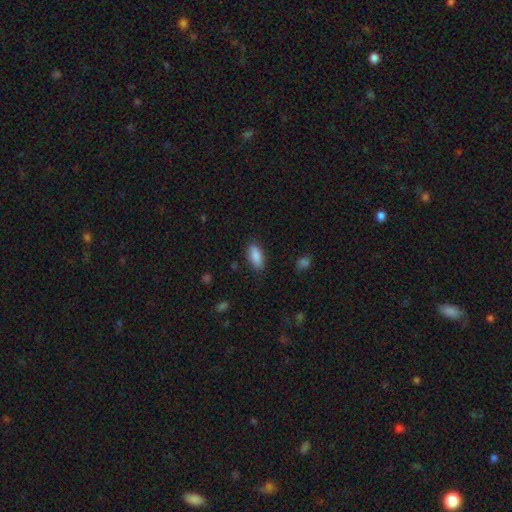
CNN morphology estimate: Smooth or featured: smooth — 89% (star or artifact — 7%)
How rounded: in between — 89% (cigar-shaped — 9%)
Merging: none — 84% (minor disturbance — 11%)